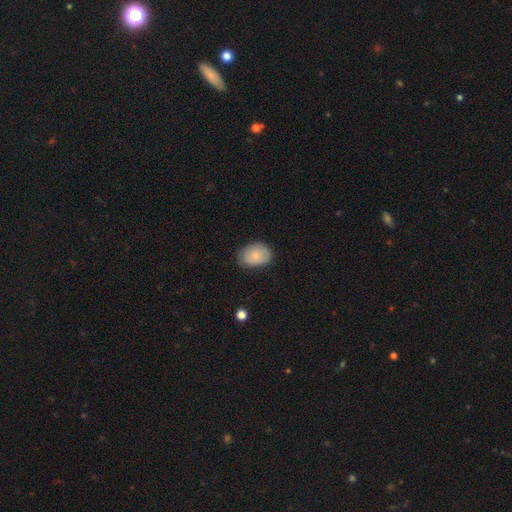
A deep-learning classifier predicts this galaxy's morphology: Smooth or featured?
  - smooth: 78% *
  - featured or disk: 15%
  - star or artifact: 7%
How rounded?
  - in between: 73% *
  - round: 27%
  - cigar-shaped: 1%
Merging?
  - none: 74% *
  - minor disturbance: 21%
  - major disturbance: 4%
  - merger: 1%